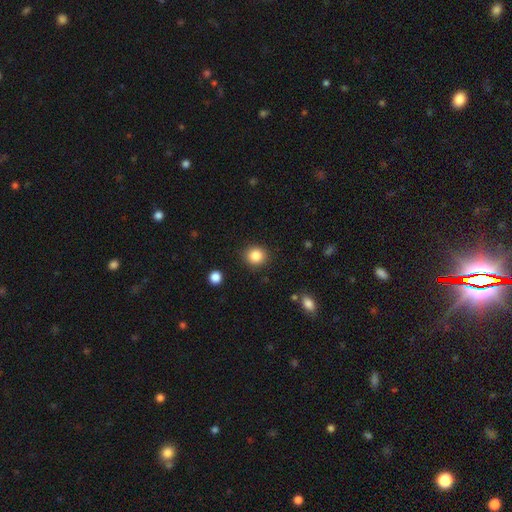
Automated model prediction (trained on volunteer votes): Morphology: type=smooth (85%); roundness=round (85%); merging=none (89%).